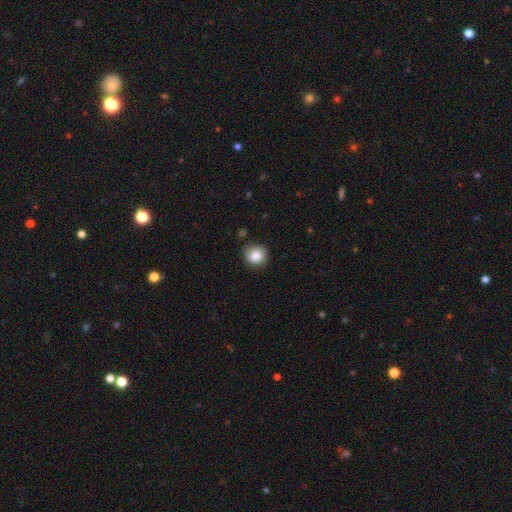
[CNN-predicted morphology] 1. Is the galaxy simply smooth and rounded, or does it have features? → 85% smooth, 8% star or artifact, 7% featured or disk.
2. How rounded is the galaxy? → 87% round, 12% in between, 1% cigar-shaped.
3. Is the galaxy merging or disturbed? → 80% none, 15% minor disturbance, 3% major disturbance, 2% merger.